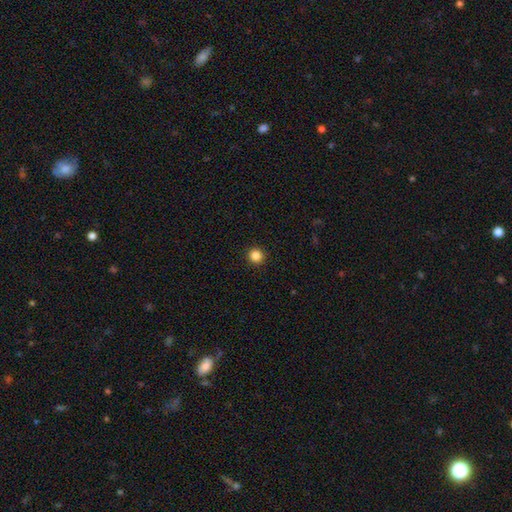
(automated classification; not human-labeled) This is clearly a smooth galaxy (85%). How rounded: clearly round (96%). Merging: clearly none (94%).